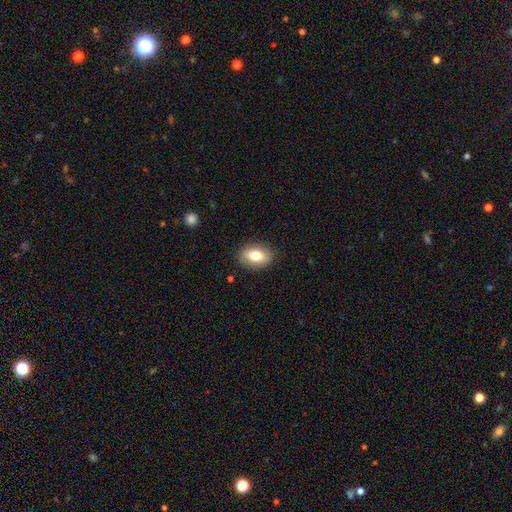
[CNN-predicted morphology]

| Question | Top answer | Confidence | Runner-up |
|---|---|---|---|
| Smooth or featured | smooth | 77% | featured or disk (15%) |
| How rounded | in between | 83% | round (15%) |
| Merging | none | 88% | minor disturbance (9%) |